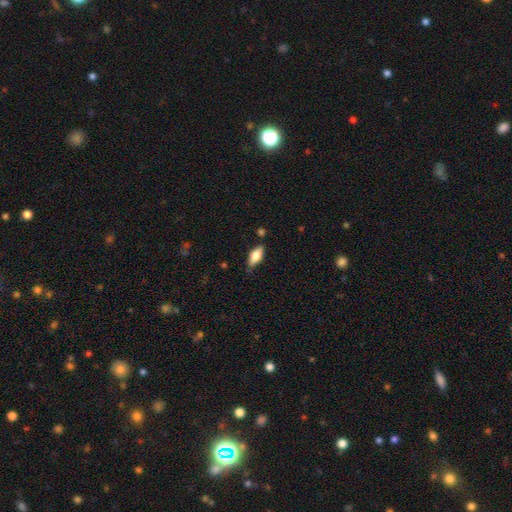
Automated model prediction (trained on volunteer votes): Smooth or featured? smooth (63%)
How rounded? in between (80%)
Merging? none (78%)